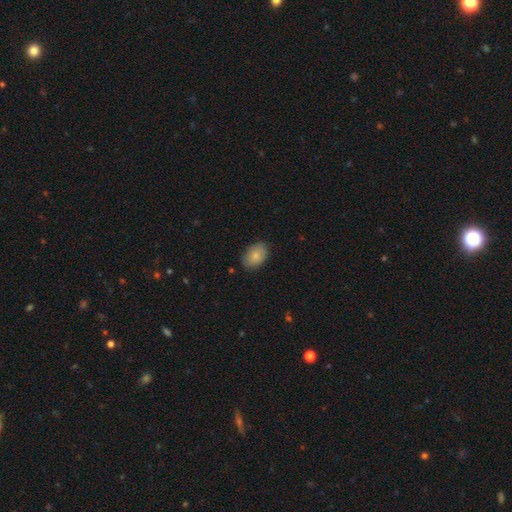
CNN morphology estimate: Q: Smooth or featured?
A: smooth (84%); runner-up: featured or disk (10%)
Q: How rounded?
A: in between (86%); runner-up: round (13%)
Q: Merging?
A: none (85%); runner-up: minor disturbance (12%)